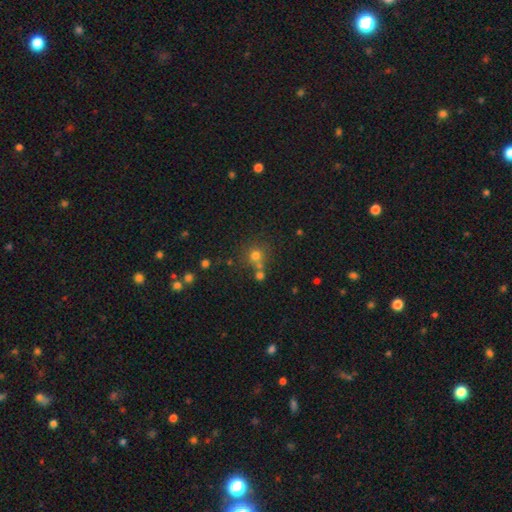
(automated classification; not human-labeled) A smooth galaxy with no disk features (71%) that is round (90%).

Vote fractions:
- Smooth or featured? smooth: 71% / star or artifact: 20% / featured or disk: 9%
- How rounded? round: 90% / in between: 9% / cigar-shaped: 1%
- Merging? none: 62% / merger: 24% / minor disturbance: 9% / major disturbance: 4%